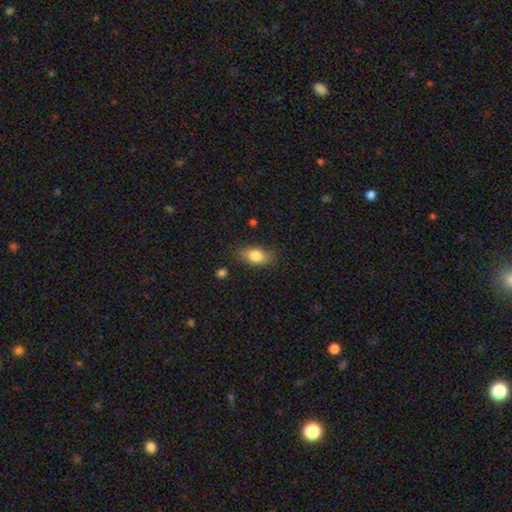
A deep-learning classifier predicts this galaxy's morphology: type=smooth (81%); roundness=in between (85%); merging=none (79%).